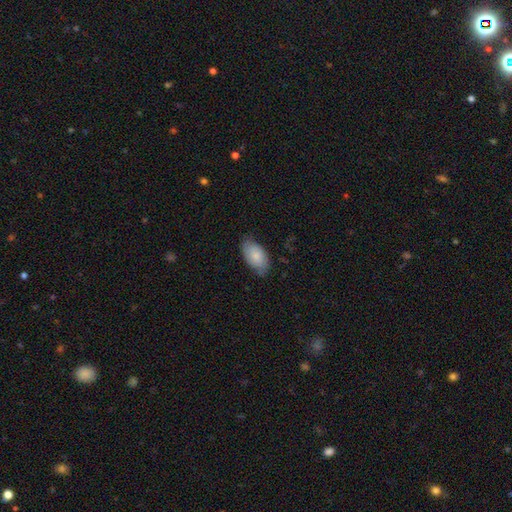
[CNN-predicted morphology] Overall: smooth (78%). How rounded: in between (95%). Merging: none (71%).